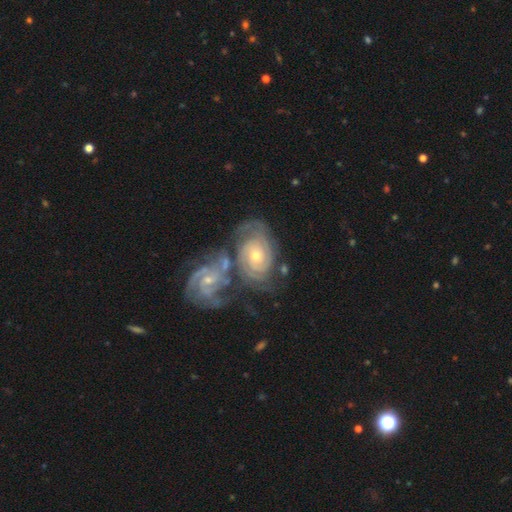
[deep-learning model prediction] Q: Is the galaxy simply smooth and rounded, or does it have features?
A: featured or disk — 88%.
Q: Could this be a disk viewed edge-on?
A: no — 97%.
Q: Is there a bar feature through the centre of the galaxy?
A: no — 71%.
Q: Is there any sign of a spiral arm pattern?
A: yes — 97%.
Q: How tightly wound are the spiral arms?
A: tight — 73%.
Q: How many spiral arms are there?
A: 3 — 28%.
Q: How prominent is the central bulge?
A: small — 55%.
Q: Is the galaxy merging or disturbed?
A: merger — 51%.